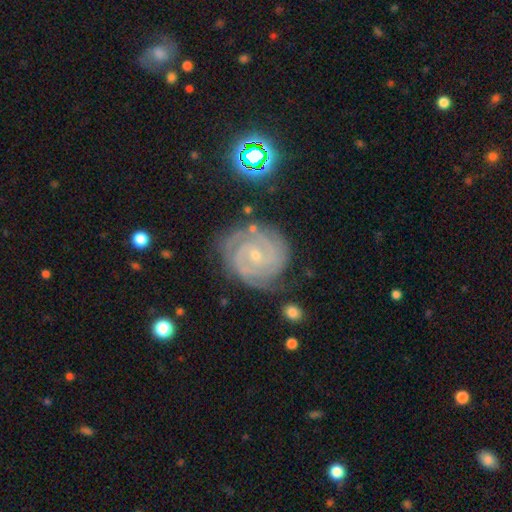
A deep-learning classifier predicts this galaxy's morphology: Overall: featured or disk (90%). Edge-on disk: no (98%). Bar: no (54%; weak 35%). Spiral arms: yes (98%). Spiral arm count: 2 (56%; 3 20%). Spiral winding: tight (80%). Bulge size: small (76%). Merging: none (76%).